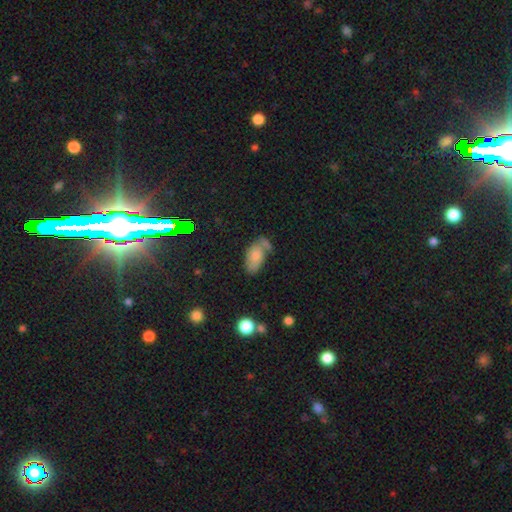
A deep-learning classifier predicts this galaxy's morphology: Q: Smooth or featured?
A: smooth (73%); runner-up: featured or disk (14%)
Q: How rounded?
A: in between (92%); runner-up: round (4%)
Q: Merging?
A: none (46%); runner-up: minor disturbance (24%)